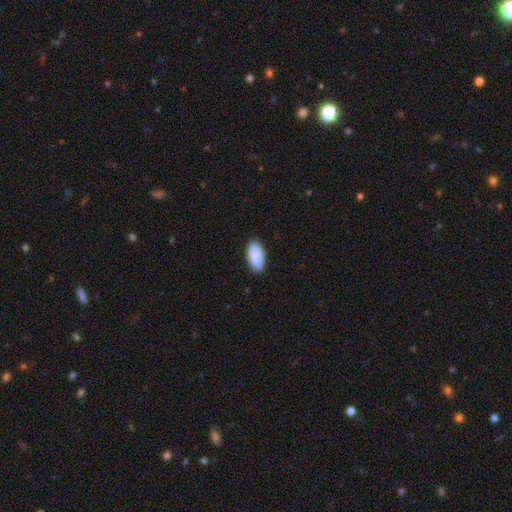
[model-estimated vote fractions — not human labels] Smooth or featured?
  - smooth: 89% *
  - star or artifact: 6%
  - featured or disk: 5%
How rounded?
  - in between: 94% *
  - cigar-shaped: 4%
  - round: 2%
Merging?
  - none: 79% *
  - minor disturbance: 18%
  - major disturbance: 2%
  - merger: 1%